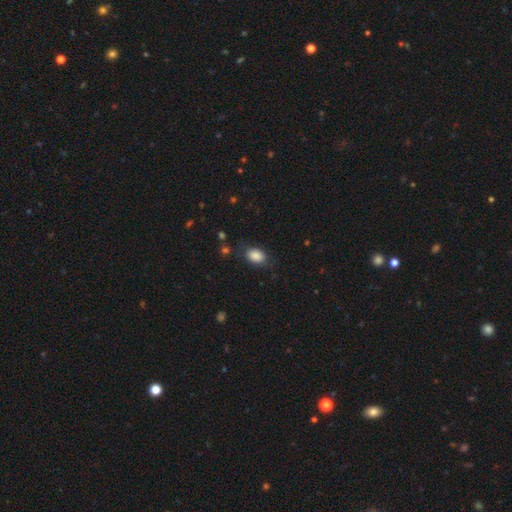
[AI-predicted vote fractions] smooth_or_featured: smooth (p=0.87) [alt: star or artifact p=0.08]
how_rounded: in between (p=0.84) [alt: round p=0.15]
merging: none (p=0.79) [alt: minor disturbance p=0.15]